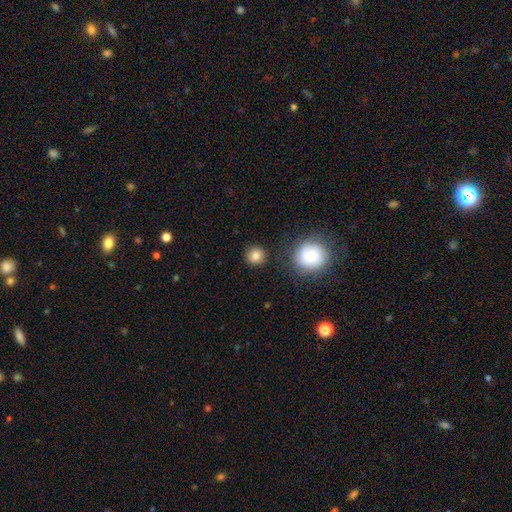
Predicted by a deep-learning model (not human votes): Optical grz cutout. It shows a smooth galaxy with no disk features (85%) that is round (92%). Merging: none (85%).